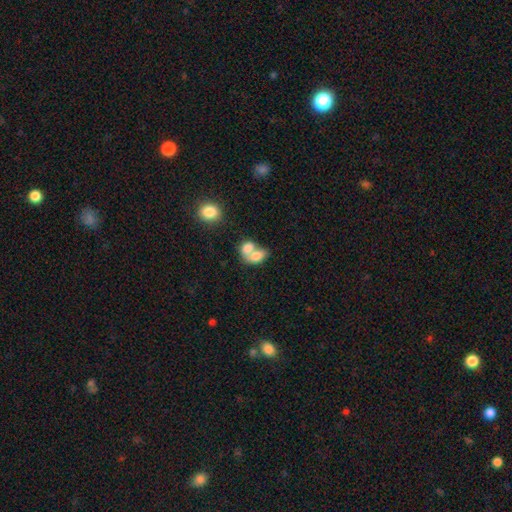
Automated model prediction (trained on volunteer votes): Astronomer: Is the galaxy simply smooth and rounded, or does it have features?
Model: smooth — 75%.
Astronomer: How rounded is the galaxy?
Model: in between — 76%.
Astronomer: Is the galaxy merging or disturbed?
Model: merger — 73%.